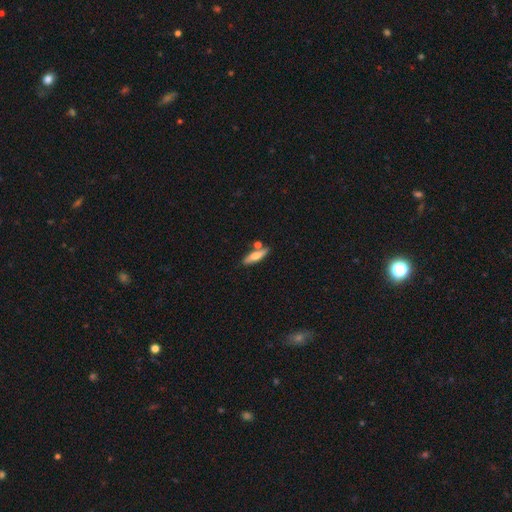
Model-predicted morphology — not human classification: Smooth or featured?
  - smooth: 64% *
  - featured or disk: 30%
  - star or artifact: 6%
How rounded?
  - cigar-shaped: 64% *
  - in between: 33%
  - round: 3%
Merging?
  - none: 71% *
  - merger: 14%
  - minor disturbance: 13%
  - major disturbance: 3%